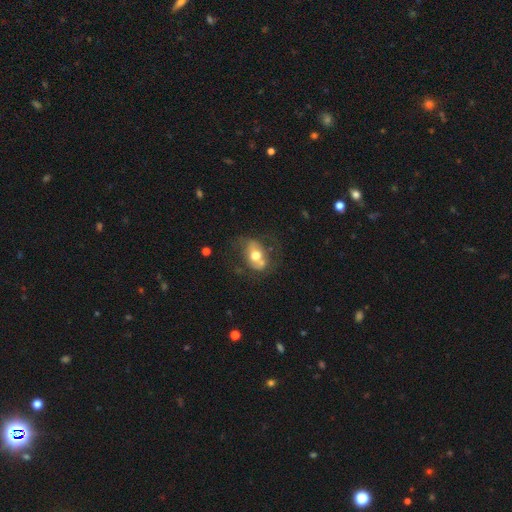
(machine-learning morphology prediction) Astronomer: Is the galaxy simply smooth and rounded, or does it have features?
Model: smooth — 48% (runner-up: featured or disk, 44%).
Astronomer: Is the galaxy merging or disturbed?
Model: none — 49%.